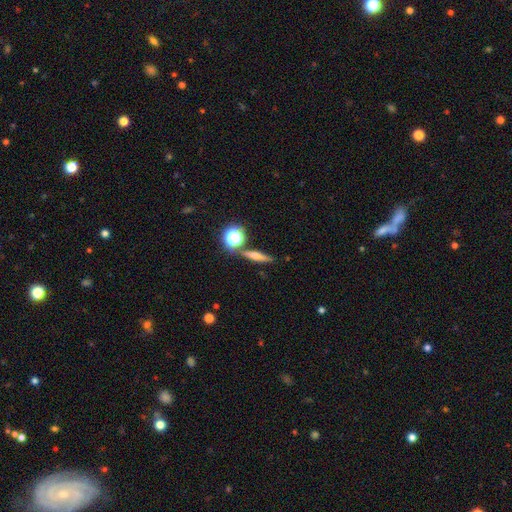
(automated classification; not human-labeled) Morphology: type=smooth (48%); merging=none (79%).